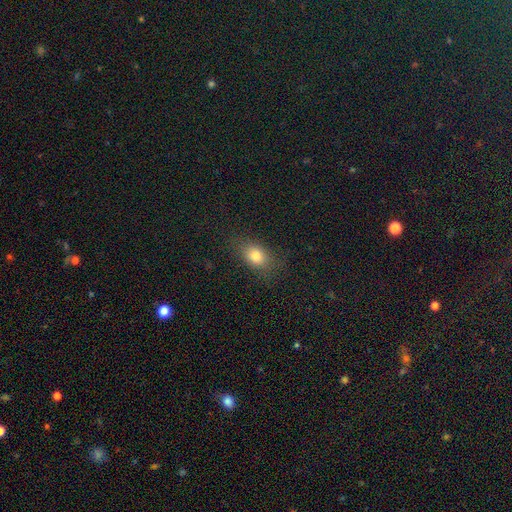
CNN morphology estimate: Overall: smooth (78%). How rounded: in between (68%; round 30%). Merging: none (80%).